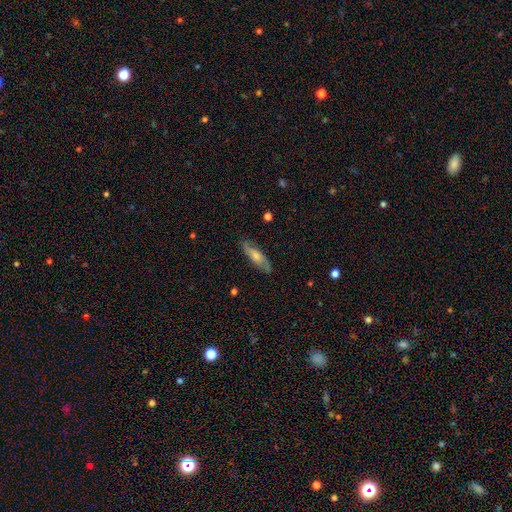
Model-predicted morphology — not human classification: A featured or disk galaxy (56%). Merging: none (82%).